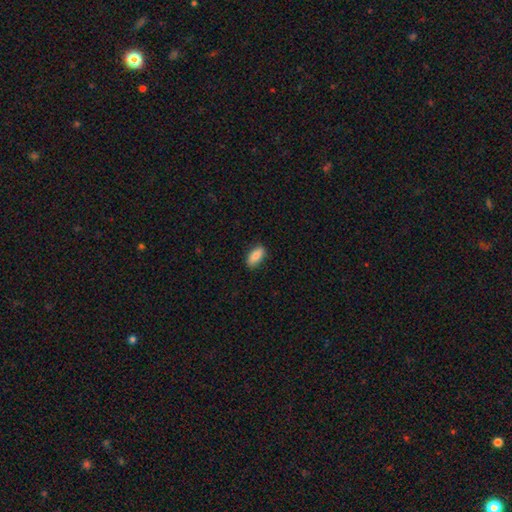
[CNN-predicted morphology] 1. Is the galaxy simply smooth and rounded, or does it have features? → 85% smooth, 9% featured or disk, 7% star or artifact.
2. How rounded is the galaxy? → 88% in between, 9% cigar-shaped, 3% round.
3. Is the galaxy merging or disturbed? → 87% none, 10% minor disturbance, 2% major disturbance, 1% merger.